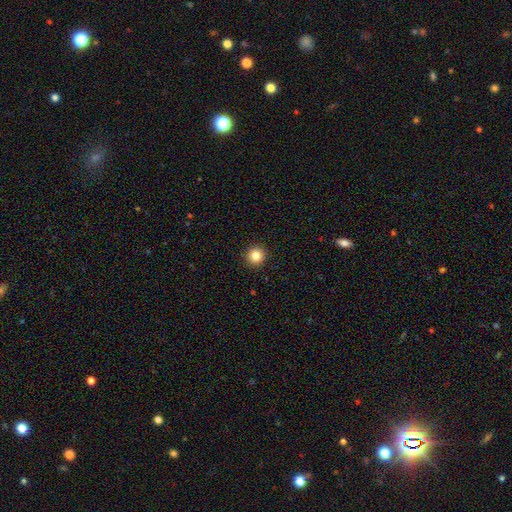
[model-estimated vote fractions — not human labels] The model was most divided on "smooth or featured": smooth: 83%, star or artifact: 12%, featured or disk: 5%. More confident: how rounded — round (94%); merging — none (93%).